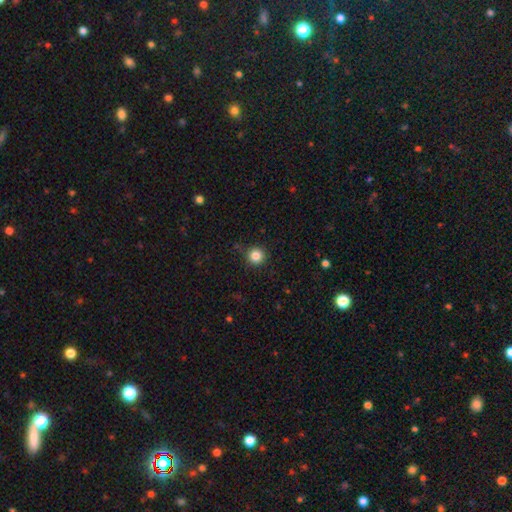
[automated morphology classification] smooth_or_featured: smooth (p=0.84) [alt: star or artifact p=0.12]
how_rounded: round (p=0.95) [alt: in between p=0.04]
merging: none (p=0.86) [alt: minor disturbance p=0.09]